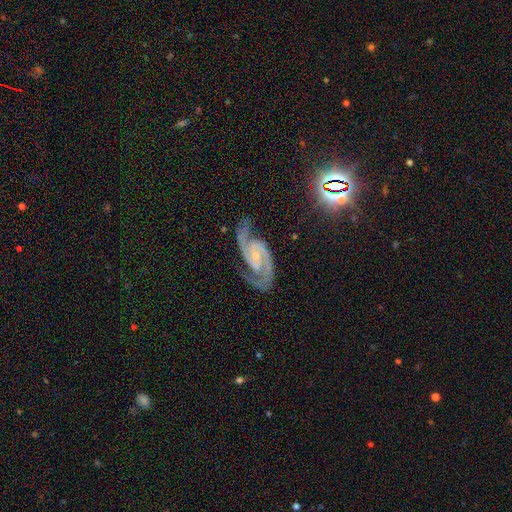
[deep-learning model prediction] Smooth or featured: featured or disk — 92% (star or artifact — 5%)
Edge-on disk: no — 98% (yes — 2%)
Bar: no — 52% (weak — 33%)
Spiral arms: yes — 99% (no — 1%)
Spiral winding: medium — 57% (tight — 32%)
Spiral arm count: 2 — 92% (3 — 3%)
Bulge size: small — 74% (moderate — 22%)
Merging: none — 76% (minor disturbance — 16%)